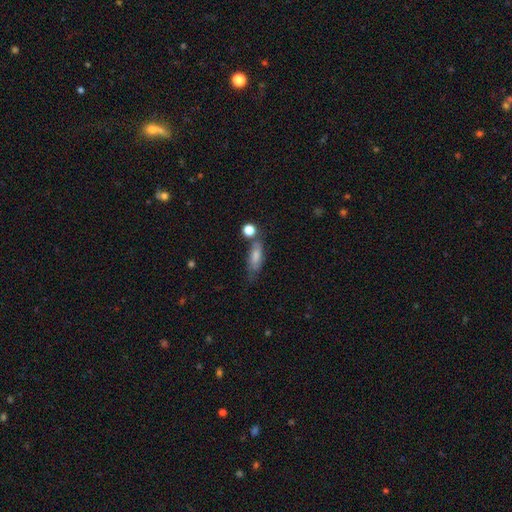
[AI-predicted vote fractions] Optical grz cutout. It shows a smooth galaxy with no disk features (74%) that is in between round and cigar-shaped (65%). Merging: none (51%).